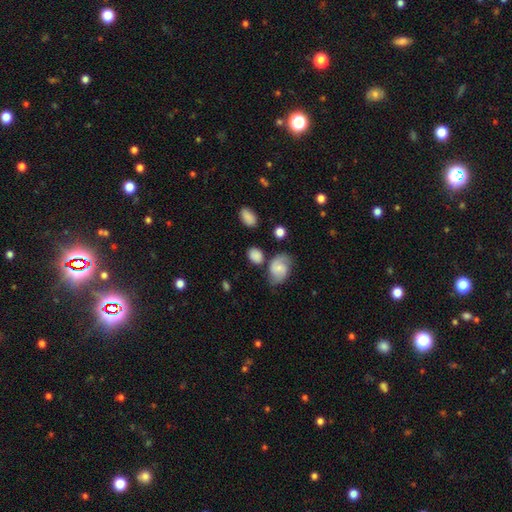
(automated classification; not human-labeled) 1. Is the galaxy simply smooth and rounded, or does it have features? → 71% smooth, 20% featured or disk, 9% star or artifact.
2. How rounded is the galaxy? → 53% in between, 45% round, 2% cigar-shaped.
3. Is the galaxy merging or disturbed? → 65% none, 17% minor disturbance, 11% merger, 6% major disturbance.